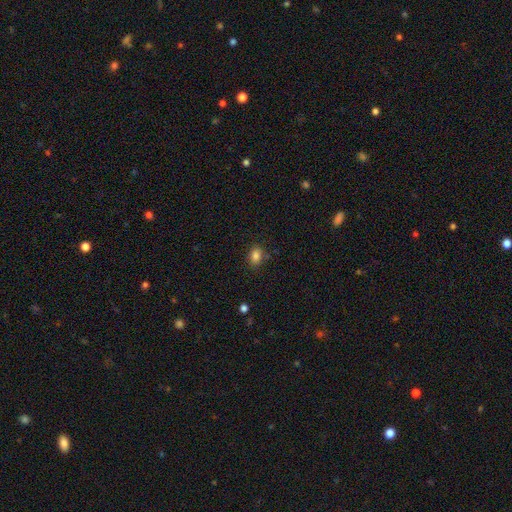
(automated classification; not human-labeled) smooth 84%, star or artifact 11%, featured or disk 5%. Down the decision tree: how rounded — in between (73%); merging — none (81%).